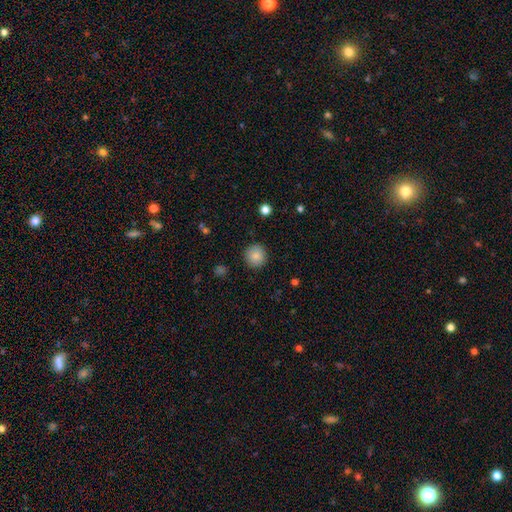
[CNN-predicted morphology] This is clearly a smooth galaxy (87%). How rounded: clearly round (93%). Merging: clearly none (90%).